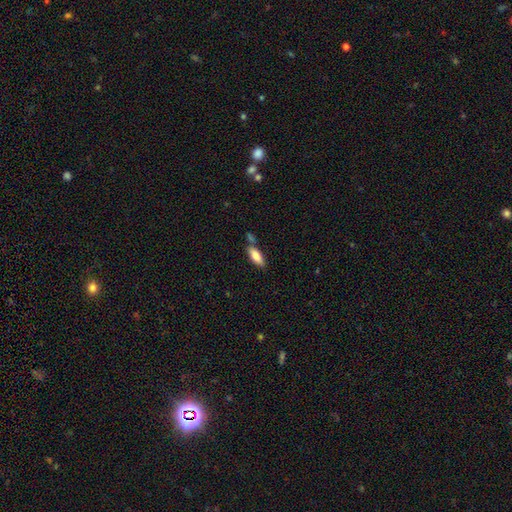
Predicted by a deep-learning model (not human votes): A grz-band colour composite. It shows a smooth galaxy with no disk features (79%) that is in between round and cigar-shaped (71%). Merging: none (64%).